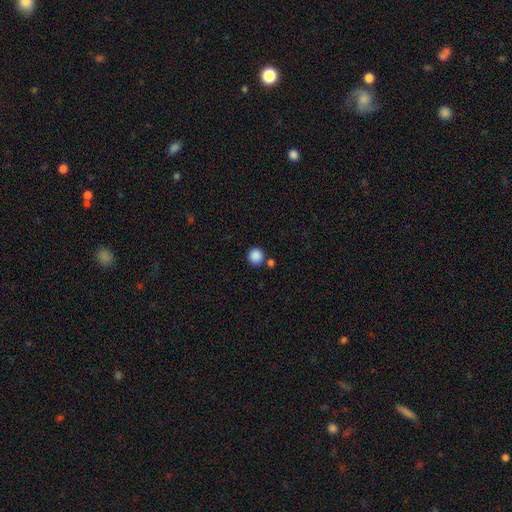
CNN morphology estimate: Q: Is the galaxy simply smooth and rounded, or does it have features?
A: smooth — 87%.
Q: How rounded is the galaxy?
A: round — 93%.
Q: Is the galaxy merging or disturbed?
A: none — 81%.